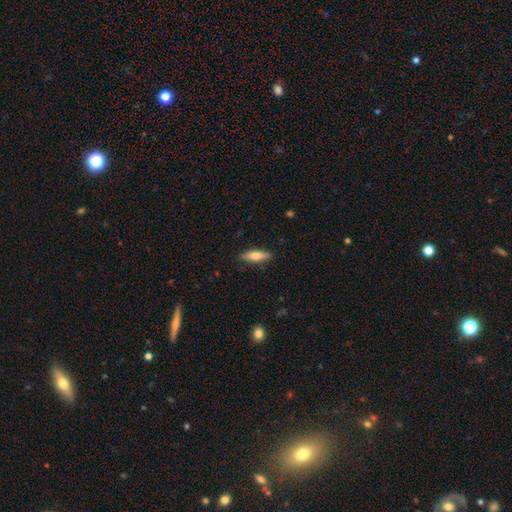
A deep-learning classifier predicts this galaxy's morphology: This is likely a smooth galaxy (70%). How rounded: possibly in between (49%). Merging: clearly none (87%).